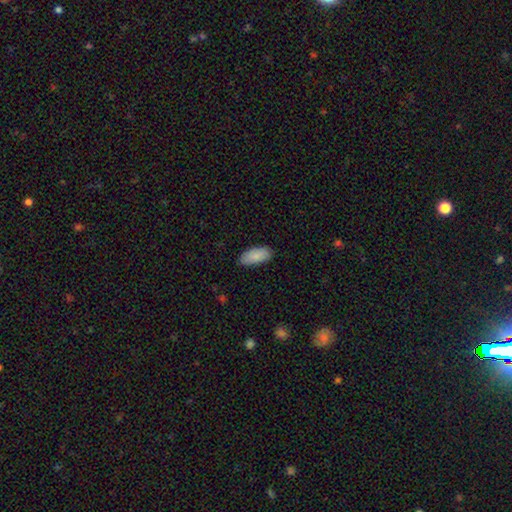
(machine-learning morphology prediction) Overall: smooth (88%). How rounded: in between (90%). Merging: none (84%).